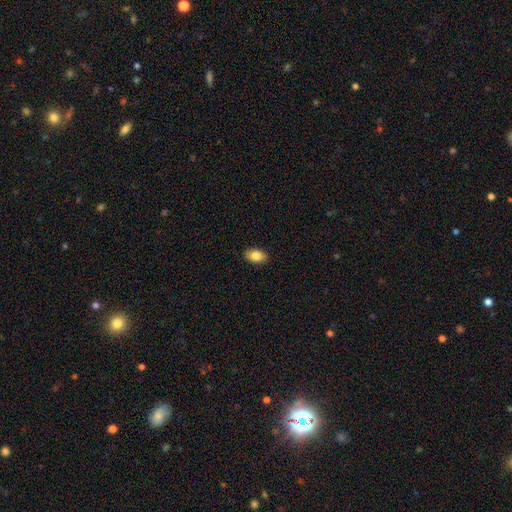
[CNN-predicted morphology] Smooth or featured?
  - smooth: 85% *
  - star or artifact: 7%
  - featured or disk: 7%
How rounded?
  - in between: 90% *
  - round: 8%
  - cigar-shaped: 2%
Merging?
  - none: 89% *
  - minor disturbance: 8%
  - major disturbance: 2%
  - merger: 1%